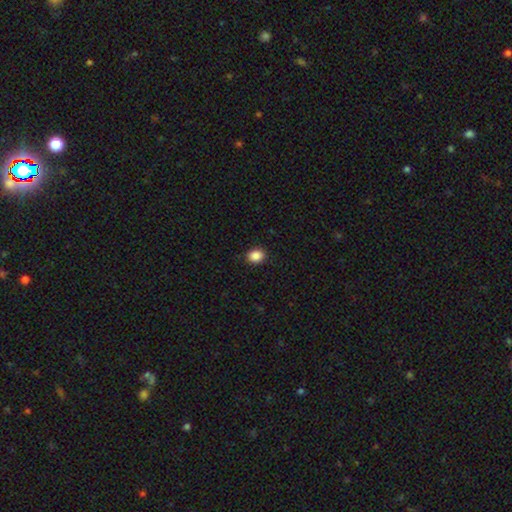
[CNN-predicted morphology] The model was most divided on "how rounded": round: 51%, in between: 49%, cigar-shaped: 1%. More confident: merging — none (90%); smooth or featured — smooth (88%).